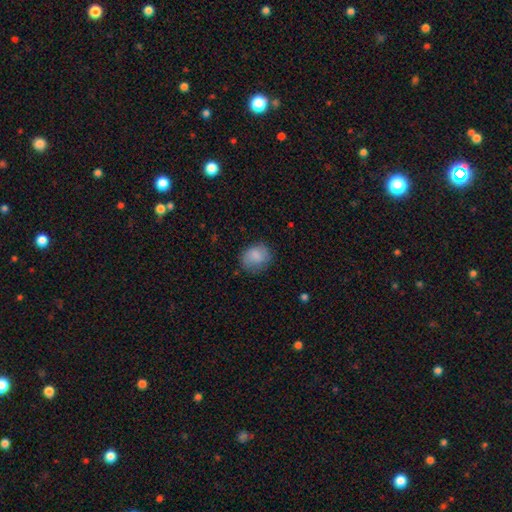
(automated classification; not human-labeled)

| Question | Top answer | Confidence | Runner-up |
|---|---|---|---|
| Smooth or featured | smooth | 81% | featured or disk (11%) |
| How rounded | round | 57% | in between (42%) |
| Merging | none | 72% | minor disturbance (21%) |